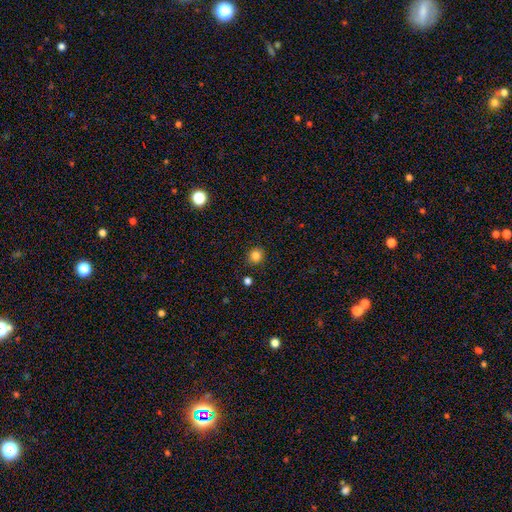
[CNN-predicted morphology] This appears to be a smooth galaxy with no disk features (83%) that is round (90%). Merging: none (87%).